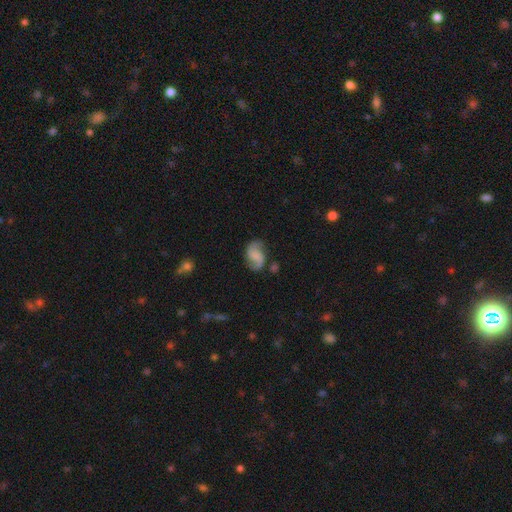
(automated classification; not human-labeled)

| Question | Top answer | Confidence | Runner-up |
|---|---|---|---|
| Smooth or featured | featured or disk | 72% | smooth (21%) |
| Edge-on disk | no | 98% | yes (2%) |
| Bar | no | 50% | weak (38%) |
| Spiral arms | yes | 94% | no (6%) |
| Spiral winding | loose | 52% | medium (37%) |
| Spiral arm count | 2 | 91% | can't tell (3%) |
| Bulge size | none | 62% | small (16%) |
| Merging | none | 70% | minor disturbance (19%) |